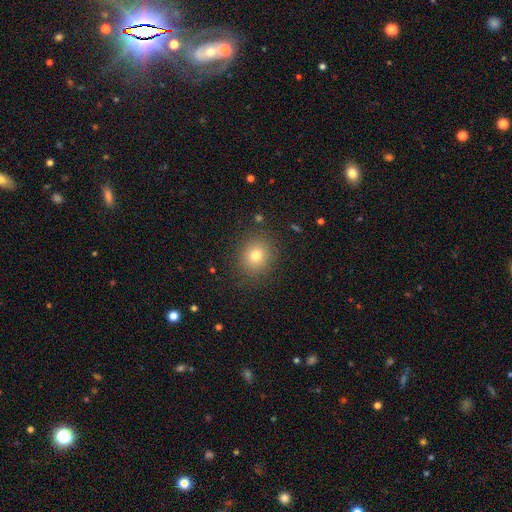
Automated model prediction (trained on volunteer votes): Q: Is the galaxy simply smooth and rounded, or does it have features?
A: smooth — 76%.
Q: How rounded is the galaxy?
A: round — 81%.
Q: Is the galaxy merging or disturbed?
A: none — 87%.